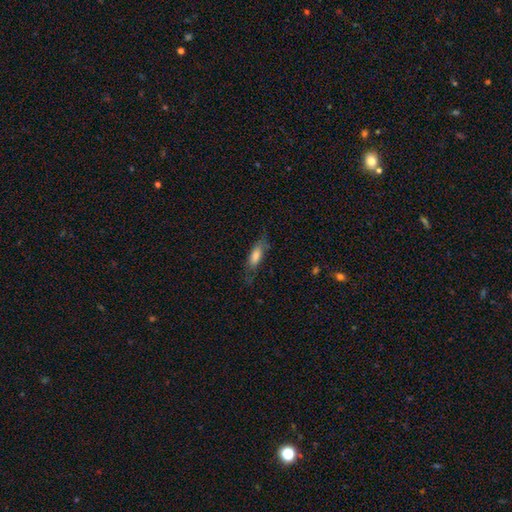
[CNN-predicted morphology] Overall: smooth (64%; featured or disk 28%). How rounded: in between (61%; cigar-shaped 36%). Merging: none (64%).